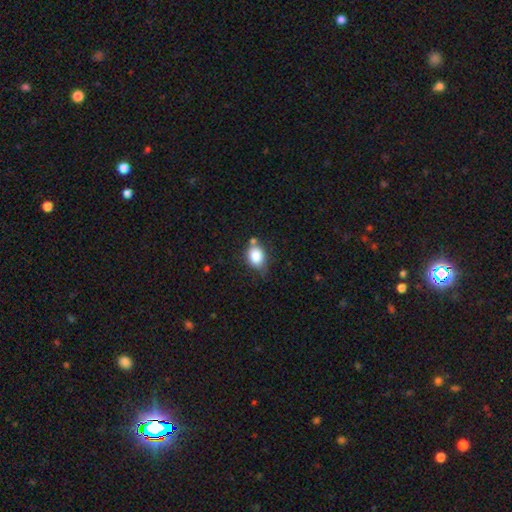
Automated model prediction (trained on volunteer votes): smooth_or_featured: smooth (p=0.82) [alt: star or artifact p=0.09]
how_rounded: in between (p=0.57) [alt: round p=0.42]
merging: none (p=0.55) [alt: minor disturbance p=0.27]